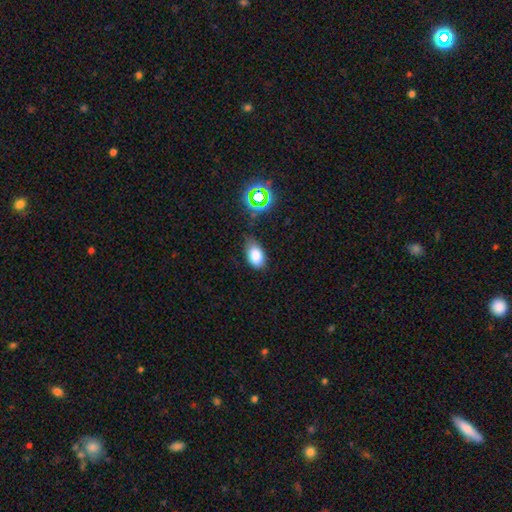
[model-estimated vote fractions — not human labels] The model was most divided on "merging": none: 65%, minor disturbance: 26%, major disturbance: 6%, merger: 3%. More confident: how rounded — in between (90%); smooth or featured — smooth (80%).